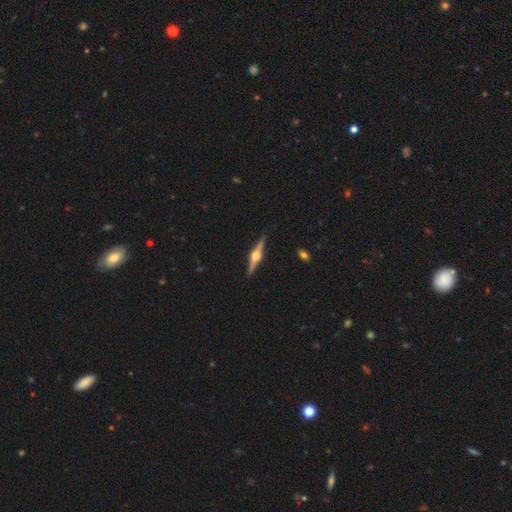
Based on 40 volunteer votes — A featured or disk galaxy (85%) viewed edge-on (100%) with a rounded central bulge (97%). Merging: none (95%).